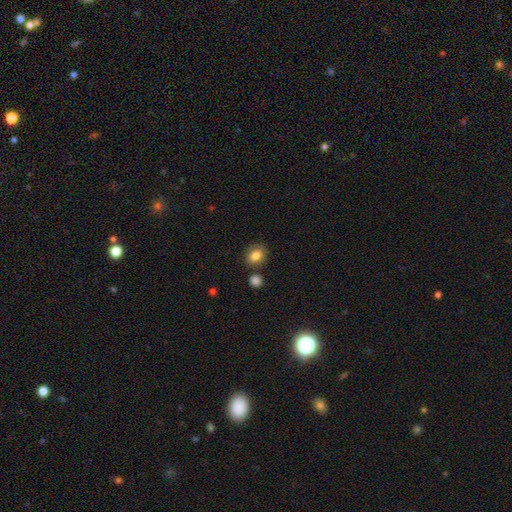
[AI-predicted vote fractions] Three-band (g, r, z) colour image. It shows a smooth galaxy with no disk features (83%) that is round (57%). Merging: none (79%).